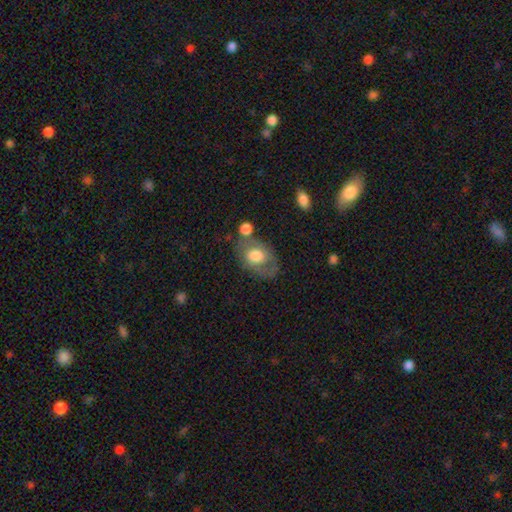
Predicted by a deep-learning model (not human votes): smooth 58%, featured or disk 35%, star or artifact 7%. Down the decision tree: how rounded — in between (75%); merging — none (50%).